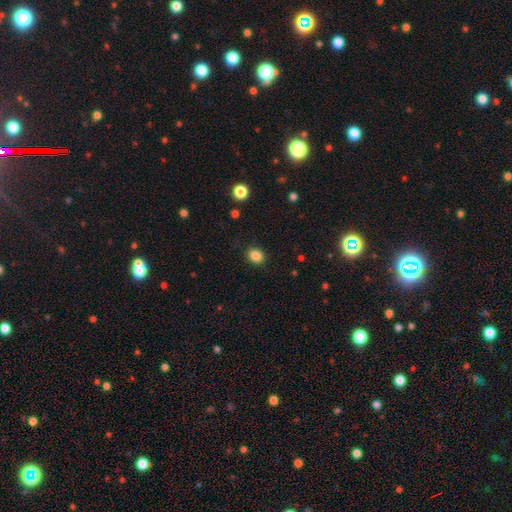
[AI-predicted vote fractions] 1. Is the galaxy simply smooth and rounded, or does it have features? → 85% smooth, 11% star or artifact, 4% featured or disk.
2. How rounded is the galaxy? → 63% round, 37% in between, 1% cigar-shaped.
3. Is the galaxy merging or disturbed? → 88% none, 8% minor disturbance, 3% major disturbance, 1% merger.